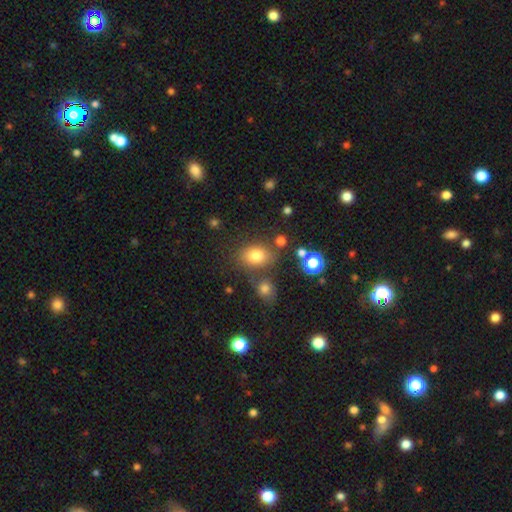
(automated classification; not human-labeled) A smooth galaxy with no disk features (77%) that is in between round and cigar-shaped (65%). Merging: none (68%).